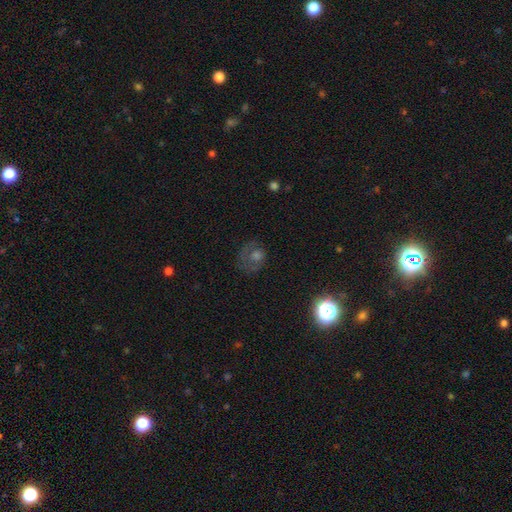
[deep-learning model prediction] A smooth galaxy with no disk features (44%).

Vote fractions:
- Smooth or featured? smooth: 44% / featured or disk: 32% / star or artifact: 24%
- Merging? none: 59% / minor disturbance: 20% / major disturbance: 19% / merger: 2%